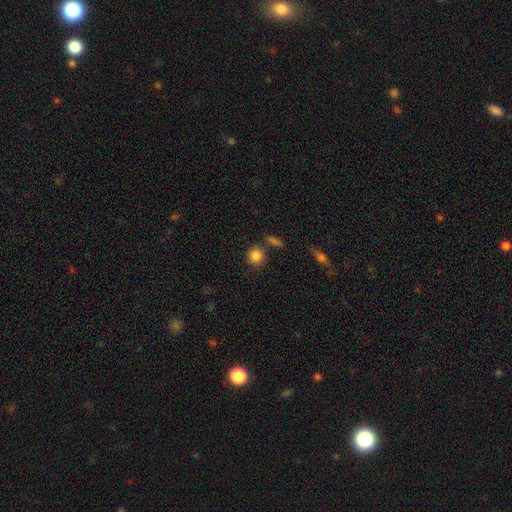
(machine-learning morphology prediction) This appears to be a smooth galaxy with no disk features (85%) that is round (87%). Merging: none (79%).